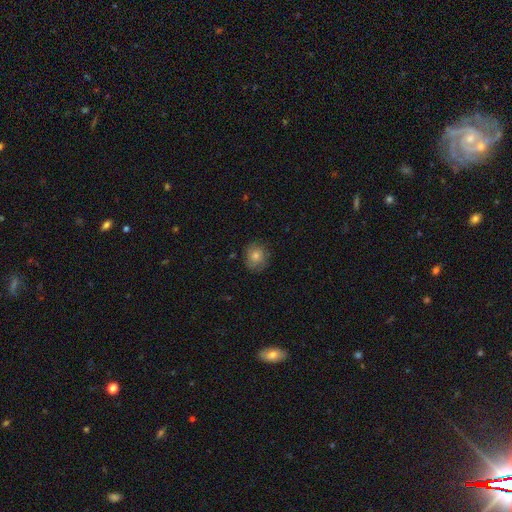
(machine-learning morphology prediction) smooth_or_featured: smooth (p=0.63) [alt: featured or disk p=0.24]
how_rounded: round (p=0.81) [alt: in between p=0.18]
merging: none (p=0.80) [alt: minor disturbance p=0.15]